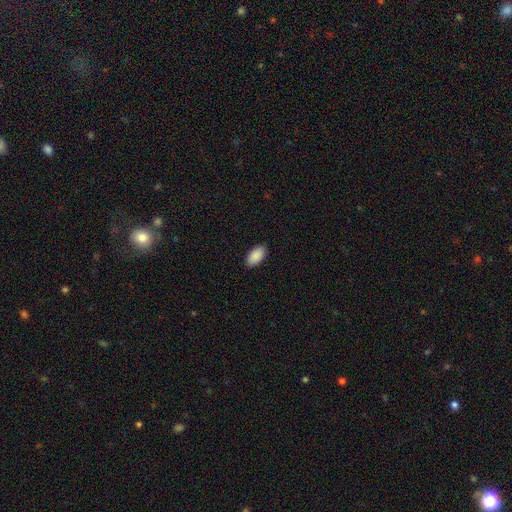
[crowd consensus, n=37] Smooth or featured? 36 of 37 (97%) said smooth. How rounded? 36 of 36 (100%) said in between. Merging? 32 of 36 (89%) said none.